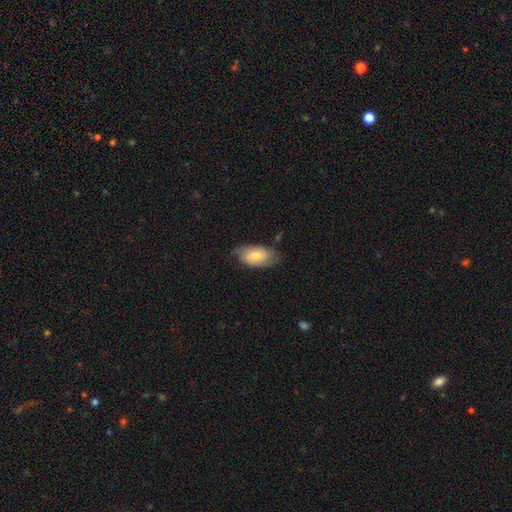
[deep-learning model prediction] Smooth or featured?
  - smooth: 54% *
  - featured or disk: 39%
  - star or artifact: 6%
How rounded?
  - in between: 92% *
  - round: 4%
  - cigar-shaped: 3%
Merging?
  - none: 62% *
  - minor disturbance: 28%
  - major disturbance: 9%
  - merger: 2%